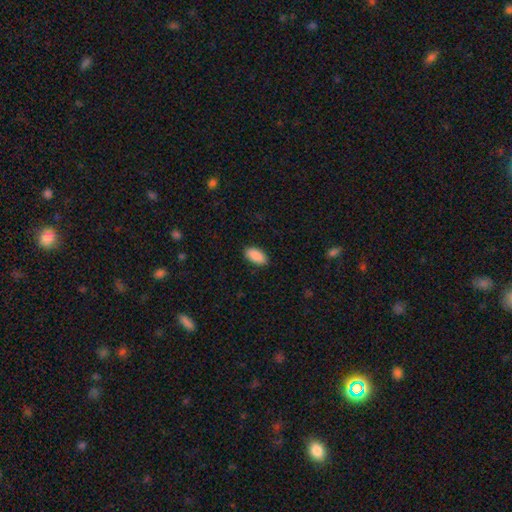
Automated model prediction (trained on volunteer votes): Overall: smooth (91%). How rounded: in between (94%). Merging: none (88%).